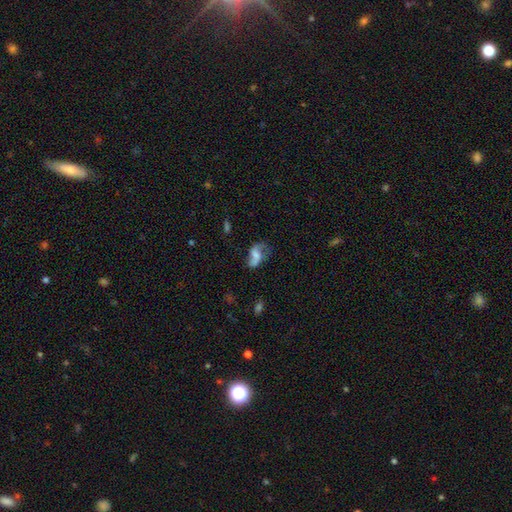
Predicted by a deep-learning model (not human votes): A featured or disk galaxy (59%) with no bar (49%), spiral arms (80%) and a moderate central bulge (35%).

Vote fractions:
- Smooth or featured? featured or disk: 59% / smooth: 31% / star or artifact: 9%
- Edge-on disk? no: 96% / yes: 4%
- Bar? no: 49% / weak: 37% / strong: 14%
- Spiral arms? yes: 80% / no: 20%
- Bulge size? moderate: 35% / small: 28% / none: 22% / large: 13% / dominant: 2%
- Merging? none: 46% / minor disturbance: 23% / major disturbance: 23% / merger: 8%